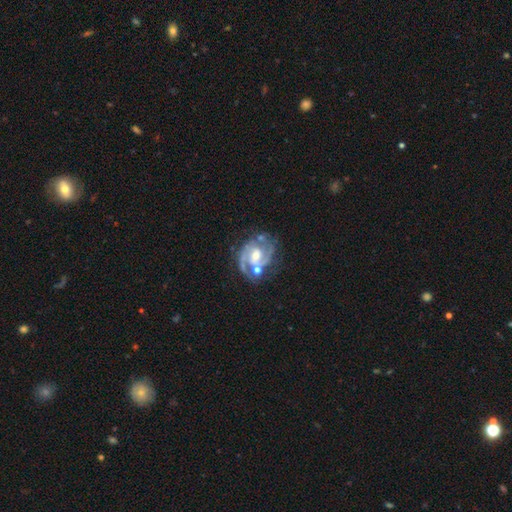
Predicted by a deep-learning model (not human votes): Q: Smooth or featured?
A: featured or disk (90%); runner-up: smooth (5%)
Q: Edge-on disk?
A: no (98%); runner-up: yes (2%)
Q: Bar?
A: weak (46%); runner-up: no (36%)
Q: Spiral arms?
A: yes (97%); runner-up: no (3%)
Q: Spiral winding?
A: medium (51%); runner-up: tight (39%)
Q: Spiral arm count?
A: 2 (73%); runner-up: 3 (13%)
Q: Bulge size?
A: moderate (55%); runner-up: small (39%)
Q: Merging?
A: none (60%); runner-up: minor disturbance (19%)